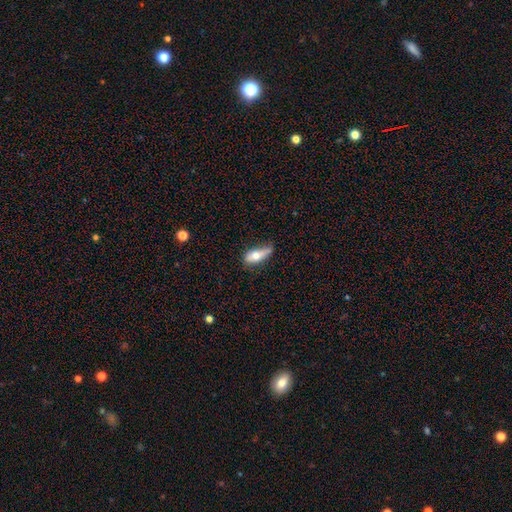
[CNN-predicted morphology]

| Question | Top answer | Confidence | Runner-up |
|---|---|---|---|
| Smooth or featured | smooth | 63% | featured or disk (30%) |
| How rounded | in between | 70% | cigar-shaped (26%) |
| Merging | none | 39% | minor disturbance (38%) |